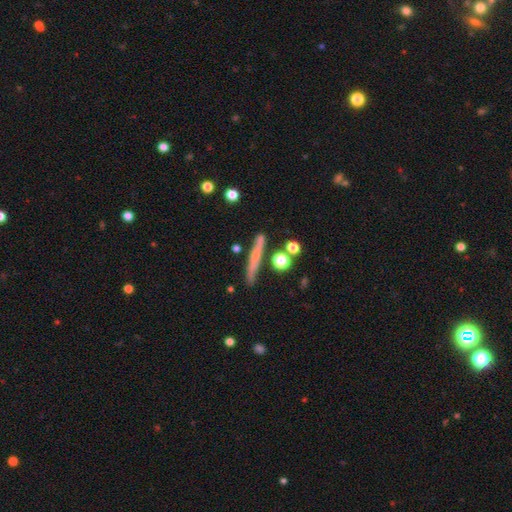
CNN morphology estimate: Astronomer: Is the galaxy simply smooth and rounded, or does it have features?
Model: smooth — 56% (runner-up: featured or disk, 36%).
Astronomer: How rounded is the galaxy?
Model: cigar-shaped — 90%.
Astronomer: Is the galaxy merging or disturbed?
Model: none — 80%.